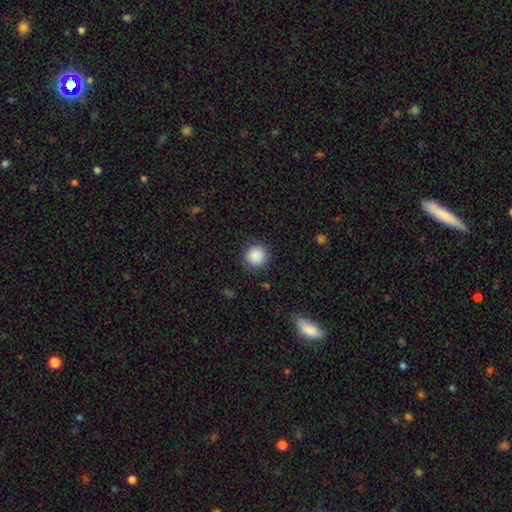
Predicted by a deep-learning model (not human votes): Morphology: type=smooth (88%); roundness=round (94%); merging=none (89%).